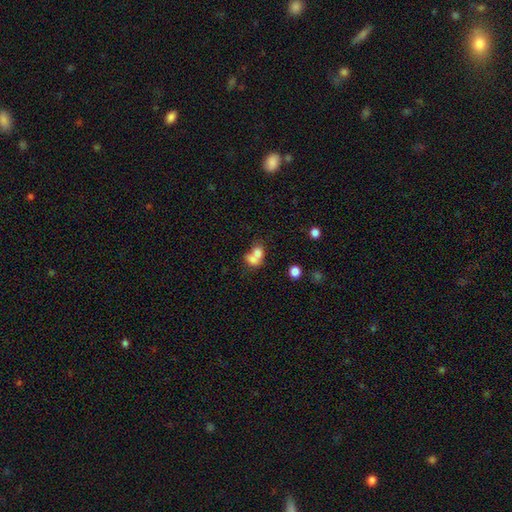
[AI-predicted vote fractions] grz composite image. It shows a smooth galaxy with no disk features (73%) that is in between round and cigar-shaped (53%). Merging: merger (70%).